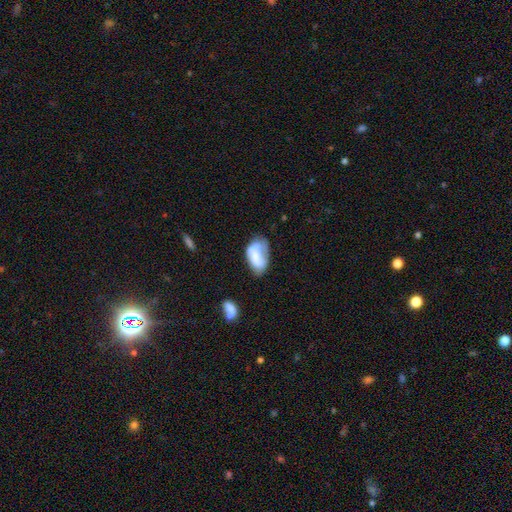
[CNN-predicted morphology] This appears to be a smooth galaxy with no disk features (52%) that is in between round and cigar-shaped (91%). Merging: none (31%).